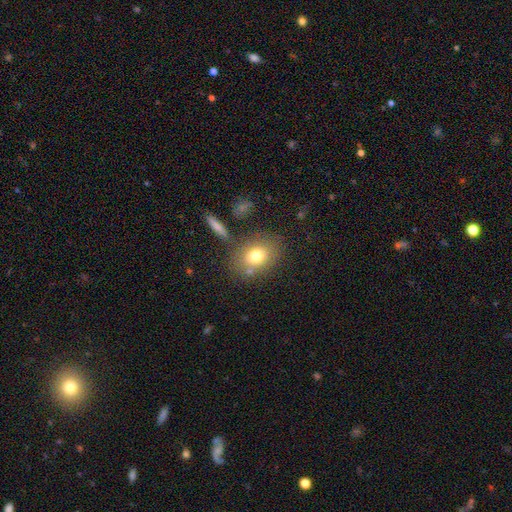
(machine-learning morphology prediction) smooth_or_featured: smooth (p=0.75) [alt: featured or disk p=0.15]
how_rounded: in between (p=0.59) [alt: round p=0.40]
merging: none (p=0.70) [alt: minor disturbance p=0.13]